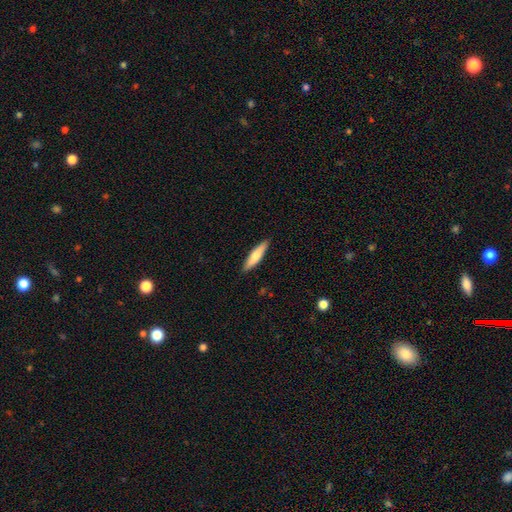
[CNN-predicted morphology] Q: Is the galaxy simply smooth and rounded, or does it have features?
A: smooth — 71%.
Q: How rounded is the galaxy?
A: cigar-shaped — 78%.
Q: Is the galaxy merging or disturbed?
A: none — 89%.